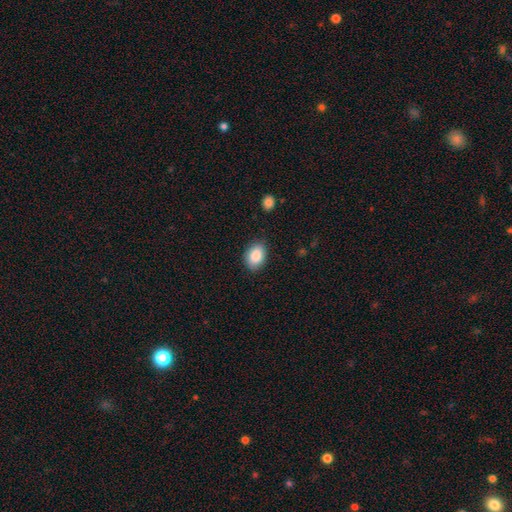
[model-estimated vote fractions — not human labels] Smooth or featured? Predicted: smooth (p=0.87). How rounded? Predicted: in between (p=0.77). Merging? Predicted: none (p=0.84).